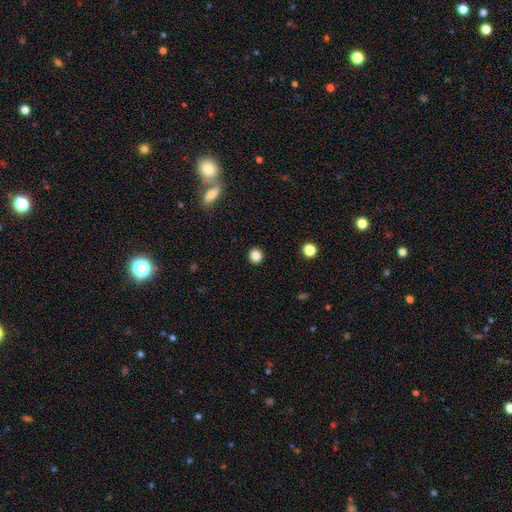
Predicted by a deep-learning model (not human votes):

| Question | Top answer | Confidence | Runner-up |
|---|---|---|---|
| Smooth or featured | smooth | 86% | star or artifact (11%) |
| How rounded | round | 85% | in between (14%) |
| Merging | none | 92% | minor disturbance (5%) |